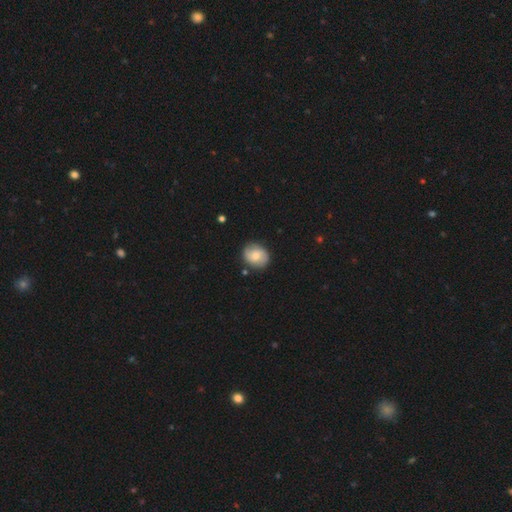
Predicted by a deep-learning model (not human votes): Smooth or featured? Predicted: smooth (p=0.56). How rounded? Predicted: round (p=0.64). Merging? Predicted: none (p=0.82).